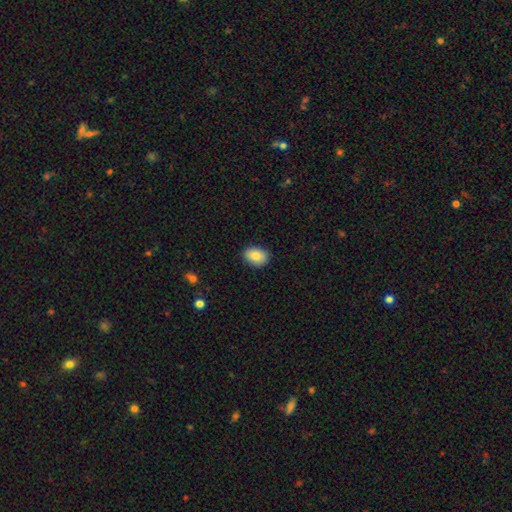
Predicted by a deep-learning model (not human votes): Morphology: type=smooth (85%); roundness=in between (76%); merging=none (88%).